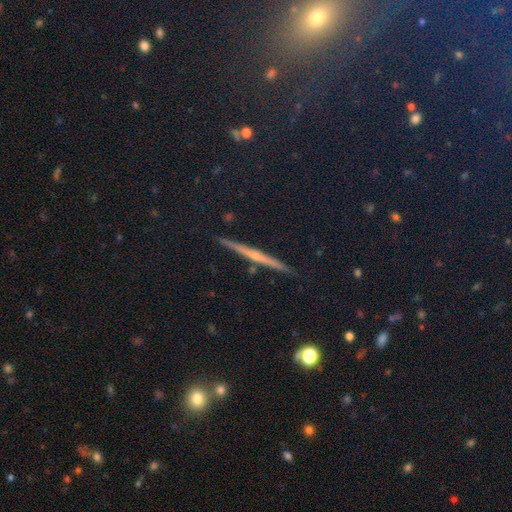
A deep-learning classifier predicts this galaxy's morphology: This is possibly a featured or disk galaxy (60%). It is clearly viewed edge-on (97%). Edge-on bulge: possibly rounded (57%). Merging: clearly none (91%).